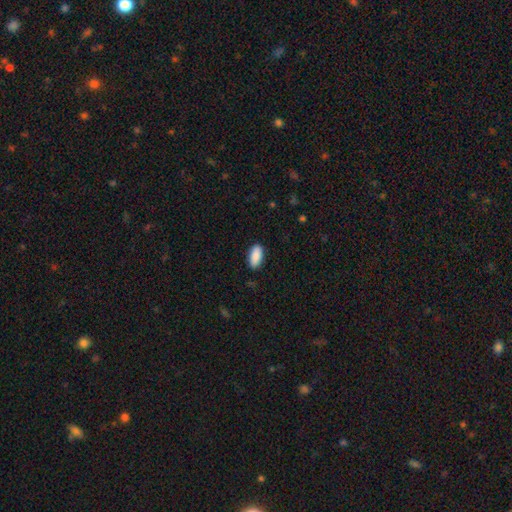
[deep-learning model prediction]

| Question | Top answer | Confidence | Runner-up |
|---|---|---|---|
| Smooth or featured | smooth | 91% | star or artifact (6%) |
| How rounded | in between | 92% | cigar-shaped (6%) |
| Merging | none | 88% | minor disturbance (9%) |